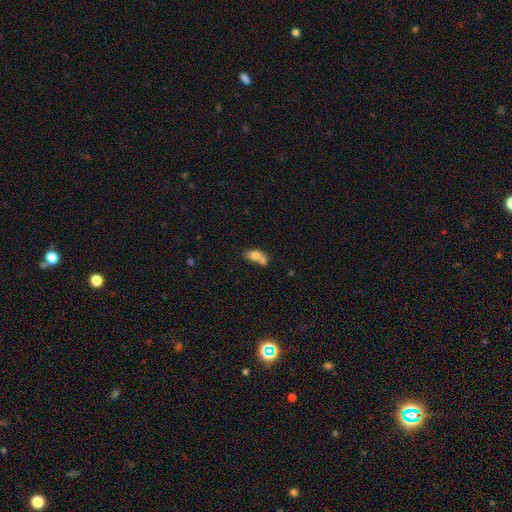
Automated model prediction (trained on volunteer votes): smooth_or_featured: smooth (p=0.73) [alt: featured or disk p=0.18]
how_rounded: in between (p=0.73) [alt: round p=0.23]
merging: merger (p=0.63) [alt: none p=0.22]